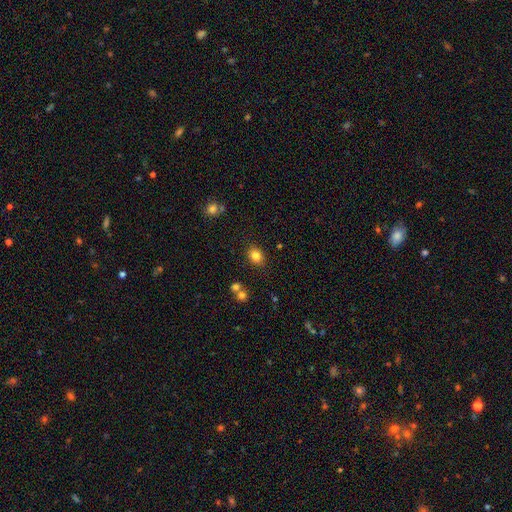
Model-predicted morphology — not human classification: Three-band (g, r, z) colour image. It shows a smooth galaxy with no disk features (82%) that is in between round and cigar-shaped (59%). Merging: none (84%).